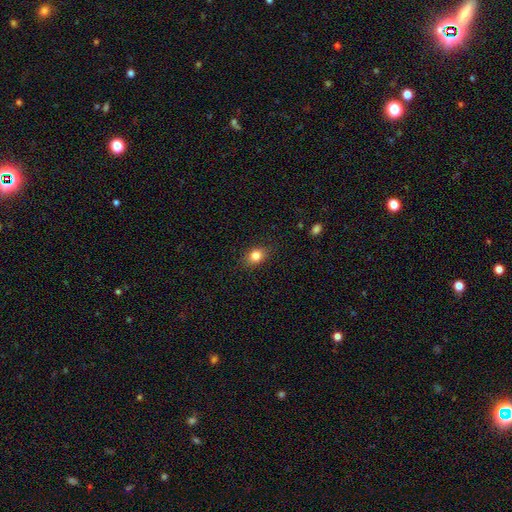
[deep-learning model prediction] smooth_or_featured: smooth (p=0.83) [alt: star or artifact p=0.10]
how_rounded: in between (p=0.58) [alt: round p=0.40]
merging: none (p=0.85) [alt: minor disturbance p=0.11]